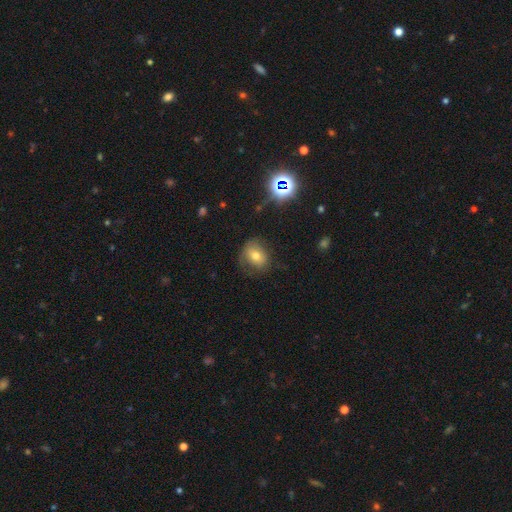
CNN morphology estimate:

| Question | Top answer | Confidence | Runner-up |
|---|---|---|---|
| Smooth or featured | smooth | 64% | featured or disk (22%) |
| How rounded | in between | 50% | round (49%) |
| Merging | none | 61% | minor disturbance (23%) |